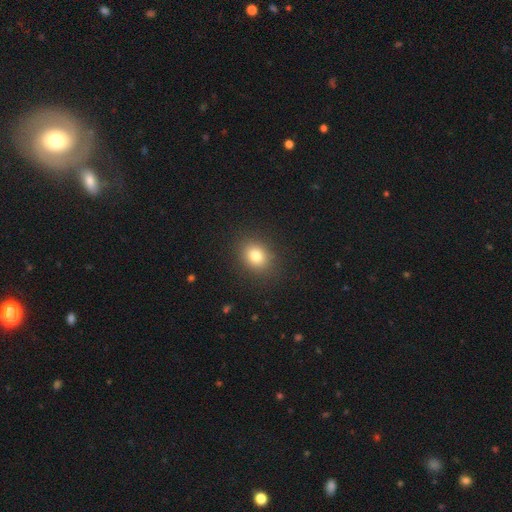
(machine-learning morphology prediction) Smooth or featured?
  - smooth: 80% *
  - star or artifact: 12%
  - featured or disk: 8%
How rounded?
  - round: 53% *
  - in between: 46%
  - cigar-shaped: 1%
Merging?
  - none: 88% *
  - minor disturbance: 8%
  - major disturbance: 3%
  - merger: 1%